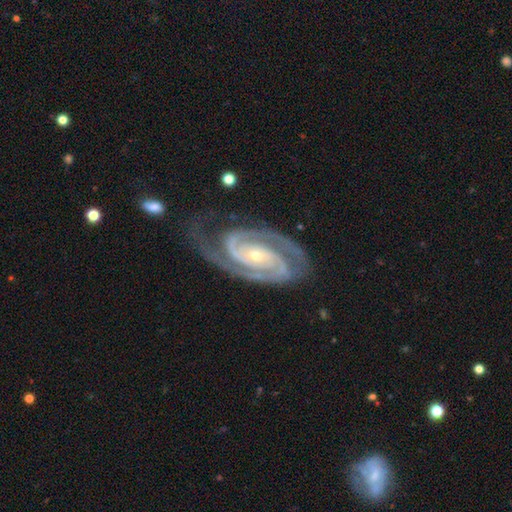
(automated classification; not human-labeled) smooth-or-featured: featured or disk: 93% | star or artifact: 4% | smooth: 3%
  disk-edge-on: no: 97% | yes: 3%
    bar: no: 55% | weak: 25% | strong: 20%
    has-spiral-arms: yes: 99% | no: 1%
      spiral-winding: tight: 67% | medium: 30% | loose: 3%
      spiral-arm-count: 2: 82% | 3: 9% | can't tell: 3% | 4: 2% | 1: 2% | more than 4: 2%
    bulge-size: small: 68% | moderate: 29% | large: 1% | none: 1% | dominant: 1%
  merging: none: 72% | minor disturbance: 18% | major disturbance: 8% | merger: 2%